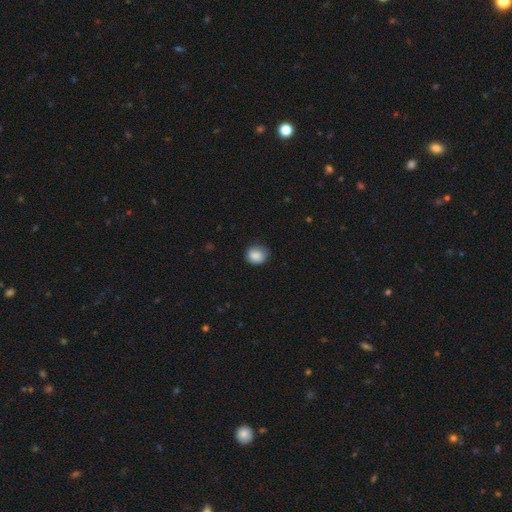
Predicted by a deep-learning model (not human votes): The model was most divided on "how rounded": round: 69%, in between: 30%, cigar-shaped: 1%. More confident: smooth or featured — smooth (85%); merging — none (73%).